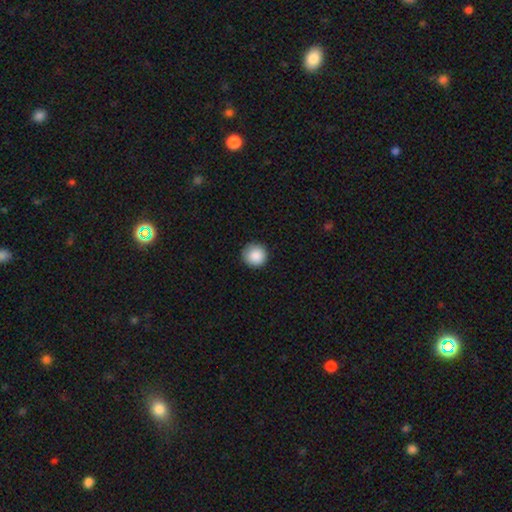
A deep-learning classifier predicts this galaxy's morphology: Smooth or featured?
  - smooth: 88% *
  - star or artifact: 9%
  - featured or disk: 3%
How rounded?
  - round: 95% *
  - in between: 4%
  - cigar-shaped: 1%
Merging?
  - none: 90% *
  - minor disturbance: 7%
  - major disturbance: 2%
  - merger: 1%